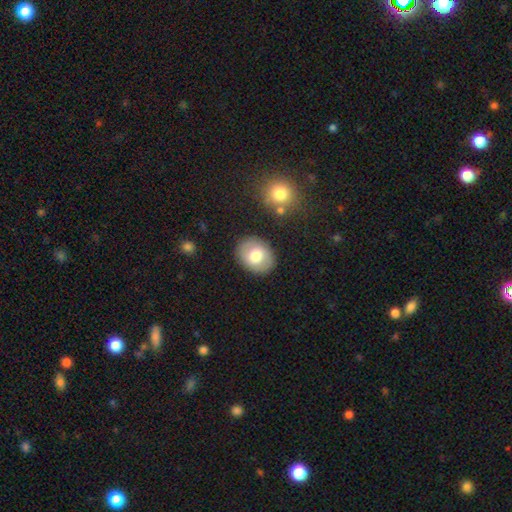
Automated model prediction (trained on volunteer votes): Smooth or featured? smooth (69%)
How rounded? round (50%)
Merging? none (86%)